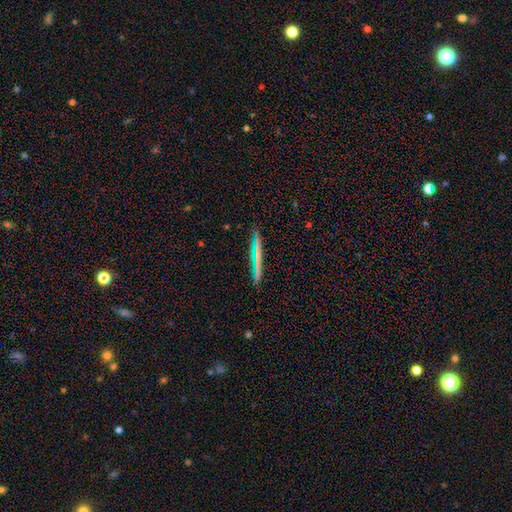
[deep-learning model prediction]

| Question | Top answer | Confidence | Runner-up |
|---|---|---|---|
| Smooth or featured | featured or disk | 47% | smooth (46%) |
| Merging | none | 90% | minor disturbance (7%) |